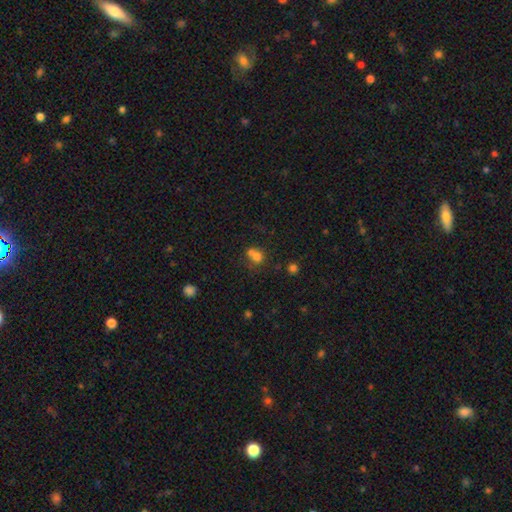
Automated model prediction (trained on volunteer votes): smooth 70%, star or artifact 15%, featured or disk 15%. Down the decision tree: how rounded — round (73%); merging — merger (57%).